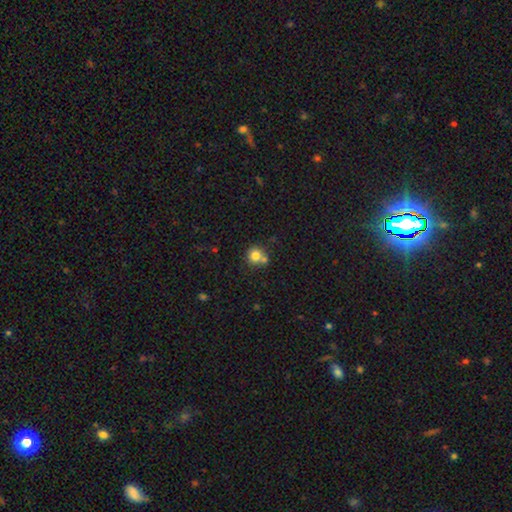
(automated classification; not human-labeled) Overall: smooth (79%). How rounded: round (89%). Merging: none (57%; merger 30%).